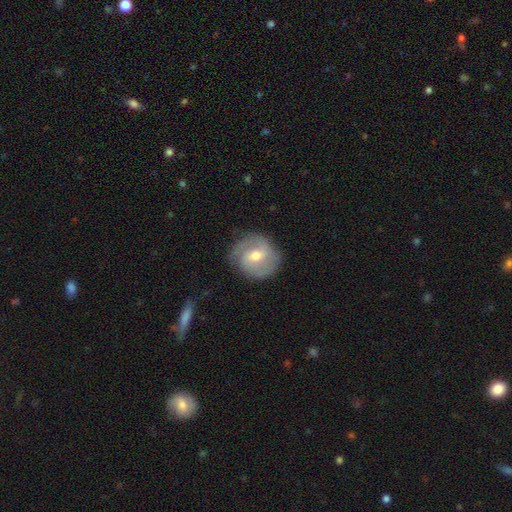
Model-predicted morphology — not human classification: Smooth or featured? featured or disk (71%)
Edge-on disk? no (97%)
Bar? weak (52%)
Spiral arms? yes (90%)
Spiral winding? medium (44%)
Spiral arm count? 2 (72%)
Bulge size? moderate (65%)
Merging? none (77%)